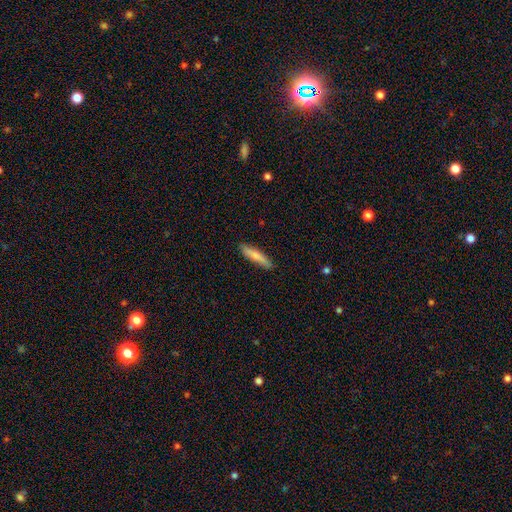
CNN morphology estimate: Smooth or featured: smooth — 76% (featured or disk — 18%)
How rounded: cigar-shaped — 86% (in between — 12%)
Merging: none — 85% (minor disturbance — 12%)